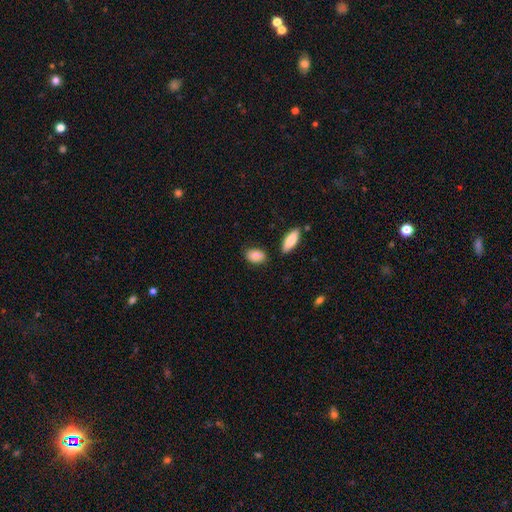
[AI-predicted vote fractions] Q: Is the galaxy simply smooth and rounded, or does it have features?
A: smooth — 83%.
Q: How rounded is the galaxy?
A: in between — 87%.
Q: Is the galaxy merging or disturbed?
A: none — 79%.